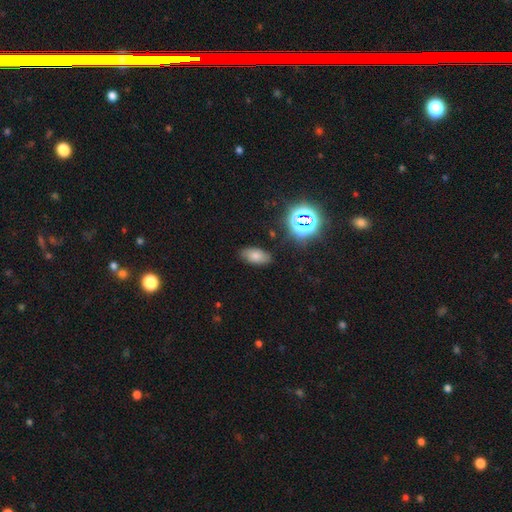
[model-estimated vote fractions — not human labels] Q: Smooth or featured?
A: smooth (69%); runner-up: star or artifact (18%)
Q: How rounded?
A: in between (92%); runner-up: round (5%)
Q: Merging?
A: none (82%); runner-up: minor disturbance (13%)